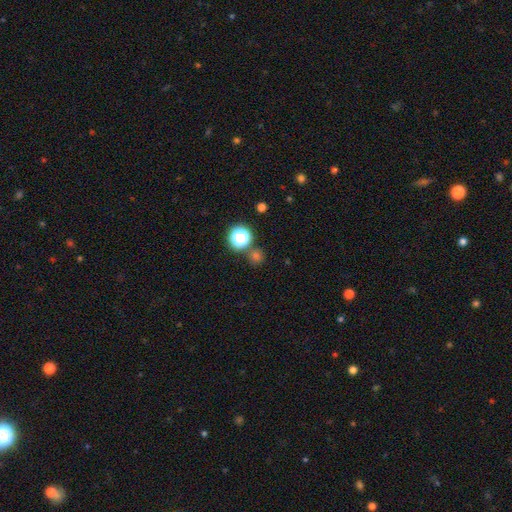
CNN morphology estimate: Smooth or featured? Predicted: smooth (p=0.56). How rounded? Predicted: round (p=0.90). Merging? Predicted: none (p=0.79).